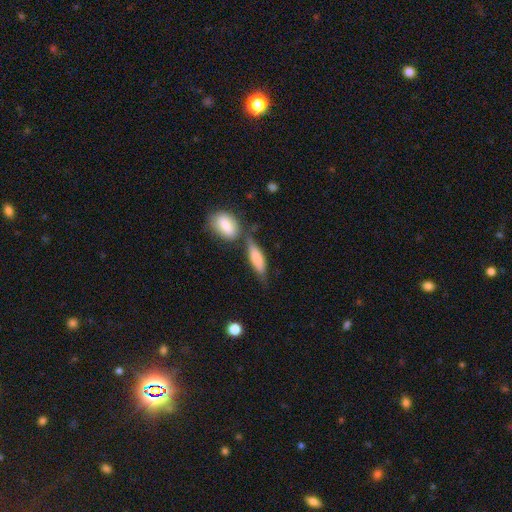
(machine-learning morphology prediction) Smooth or featured: smooth — 67% (featured or disk — 26%)
How rounded: cigar-shaped — 54% (in between — 43%)
Merging: none — 55% (merger — 21%)